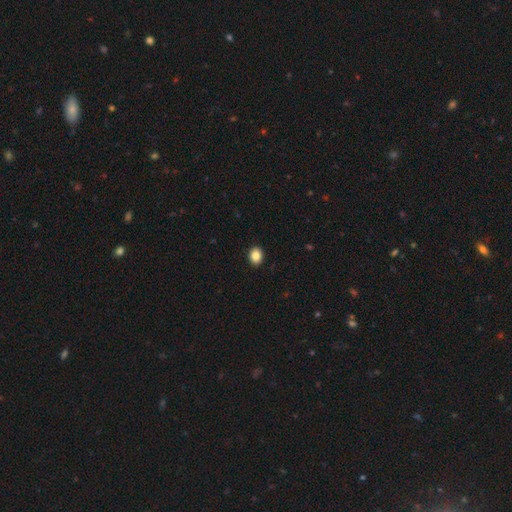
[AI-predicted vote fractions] Overall: smooth (86%). How rounded: in between (57%; round 42%). Merging: none (92%).